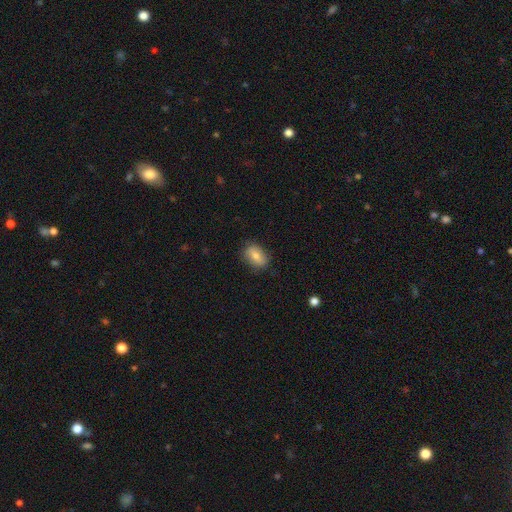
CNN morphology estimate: smooth 71%, featured or disk 21%, star or artifact 8%. Down the decision tree: how rounded — in between (80%); merging — none (79%).